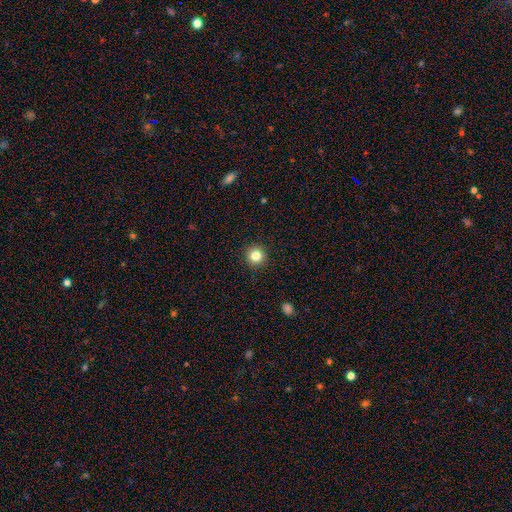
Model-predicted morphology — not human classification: This appears to be a smooth galaxy with no disk features (82%) that is round (95%). Merging: none (93%).